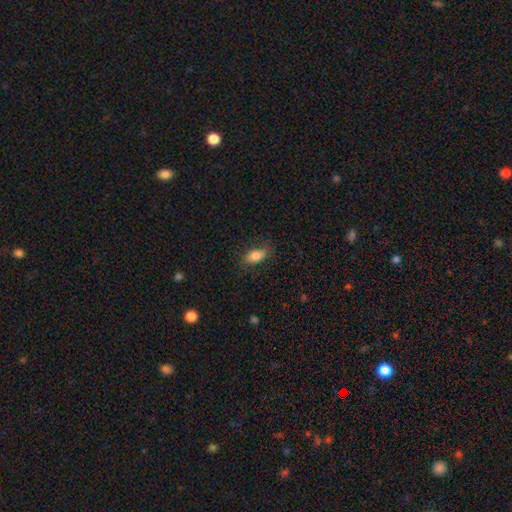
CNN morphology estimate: Smooth or featured? smooth (80%)
How rounded? in between (88%)
Merging? none (79%)